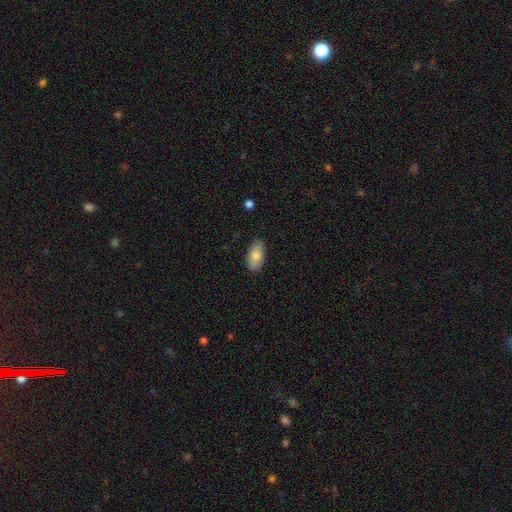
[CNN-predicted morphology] type=smooth (80%); roundness=in between (93%); merging=none (83%).